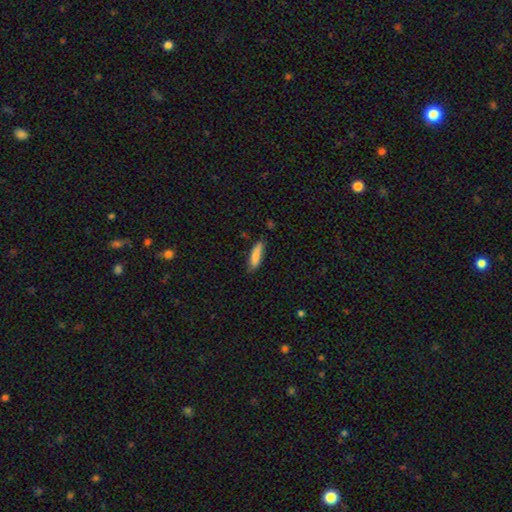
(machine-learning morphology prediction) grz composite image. It shows a smooth galaxy with no disk features (84%) that is cigar-shaped (60%). Merging: none (71%).